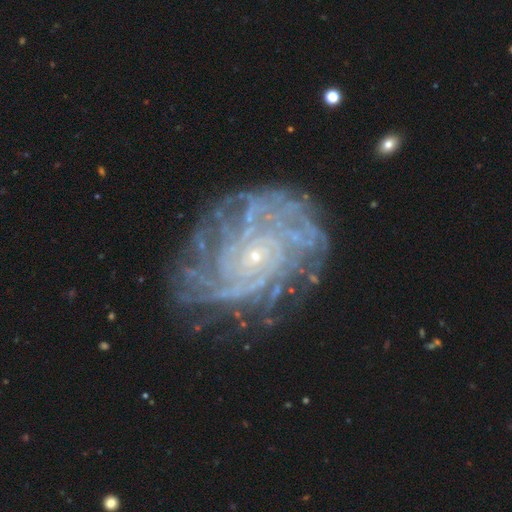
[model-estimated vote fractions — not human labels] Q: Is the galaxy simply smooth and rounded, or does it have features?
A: featured or disk — 88%.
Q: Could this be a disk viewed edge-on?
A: no — 97%.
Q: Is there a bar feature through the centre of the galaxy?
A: no — 78%.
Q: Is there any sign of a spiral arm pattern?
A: yes — 96%.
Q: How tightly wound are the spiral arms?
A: tight — 76%.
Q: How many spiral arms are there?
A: can't tell — 27%.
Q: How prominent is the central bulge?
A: small — 88%.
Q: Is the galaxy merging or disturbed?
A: none — 75%.